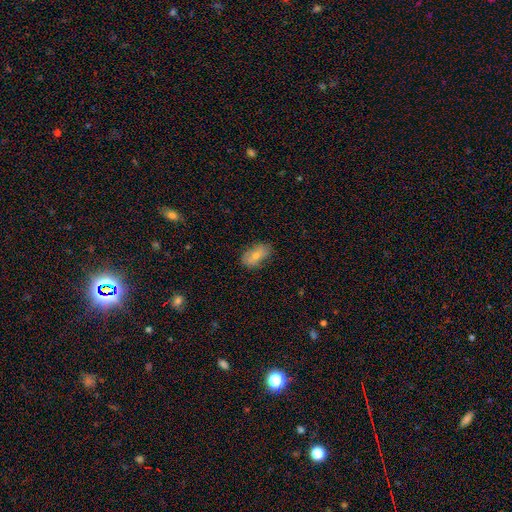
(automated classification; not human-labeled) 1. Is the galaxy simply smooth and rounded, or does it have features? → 71% smooth, 21% featured or disk, 7% star or artifact.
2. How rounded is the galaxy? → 90% in between, 6% round, 4% cigar-shaped.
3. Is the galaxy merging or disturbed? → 73% none, 21% minor disturbance, 5% major disturbance, 1% merger.